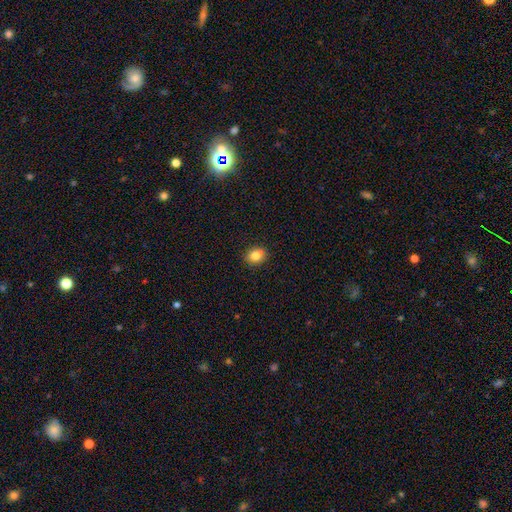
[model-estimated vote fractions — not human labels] Smooth or featured? smooth (80%)
How rounded? round (52%)
Merging? none (85%)